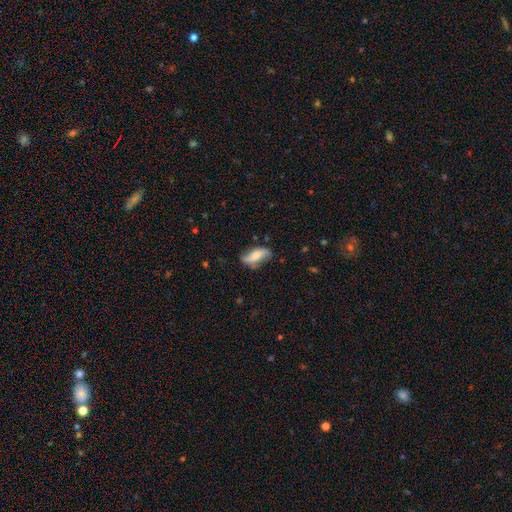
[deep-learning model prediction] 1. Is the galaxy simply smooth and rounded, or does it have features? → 54% smooth, 39% featured or disk, 7% star or artifact.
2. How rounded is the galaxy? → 81% in between, 16% cigar-shaped, 3% round.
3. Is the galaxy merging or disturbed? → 62% none, 27% minor disturbance, 8% major disturbance, 3% merger.